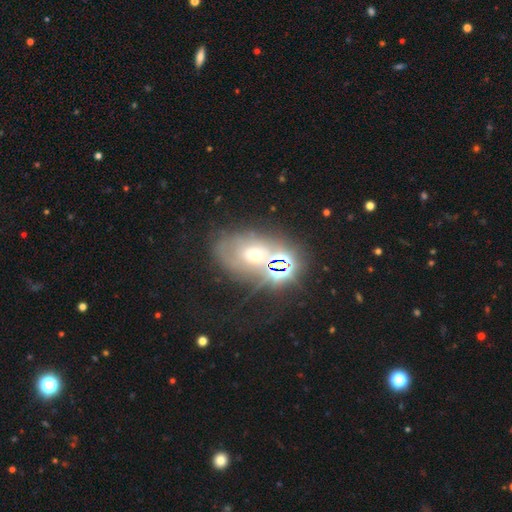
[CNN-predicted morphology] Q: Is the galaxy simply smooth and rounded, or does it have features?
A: star or artifact — 36%.